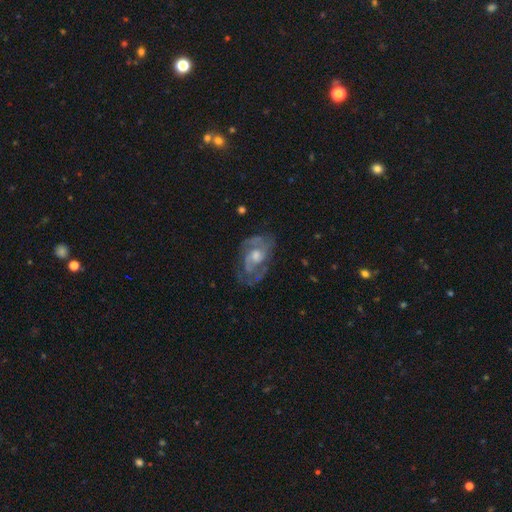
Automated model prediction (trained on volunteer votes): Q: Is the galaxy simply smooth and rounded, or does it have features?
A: featured or disk — 81%.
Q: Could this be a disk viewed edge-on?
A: no — 96%.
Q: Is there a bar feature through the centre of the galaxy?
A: no — 62%.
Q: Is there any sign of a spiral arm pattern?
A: yes — 89%.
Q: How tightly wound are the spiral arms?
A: medium — 48%.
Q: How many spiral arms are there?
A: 2 — 56%.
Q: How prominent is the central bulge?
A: moderate — 60%.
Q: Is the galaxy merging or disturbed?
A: none — 66%.